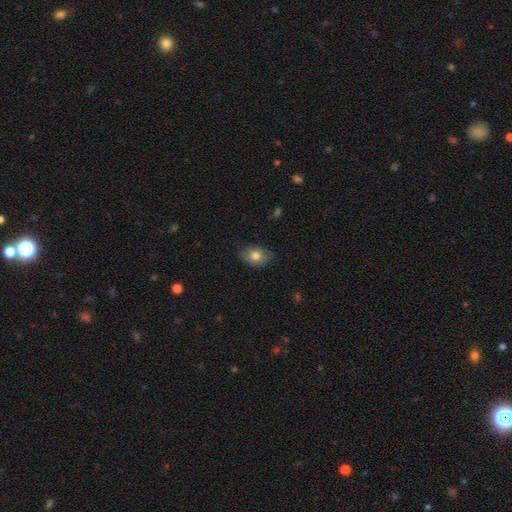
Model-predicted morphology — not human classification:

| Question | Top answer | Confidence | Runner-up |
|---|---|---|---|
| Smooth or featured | smooth | 80% | featured or disk (12%) |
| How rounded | in between | 81% | round (18%) |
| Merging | none | 83% | minor disturbance (14%) |